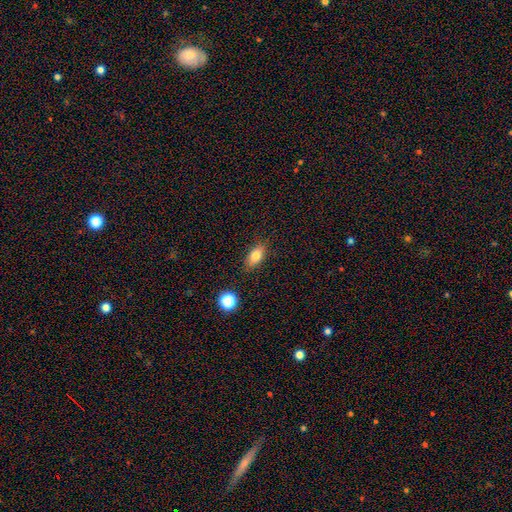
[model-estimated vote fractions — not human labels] Smooth or featured: smooth — 78% (featured or disk — 12%)
How rounded: in between — 82% (cigar-shaped — 9%)
Merging: none — 84% (minor disturbance — 12%)